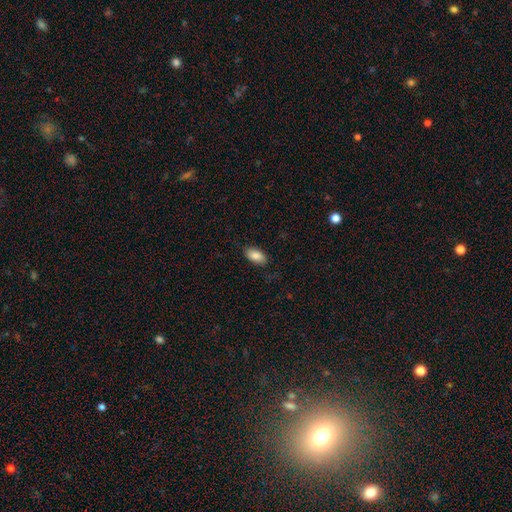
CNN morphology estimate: The model was most divided on "merging": none: 85%, minor disturbance: 11%, major disturbance: 3%, merger: 1%. More confident: how rounded — in between (93%); smooth or featured — smooth (86%).